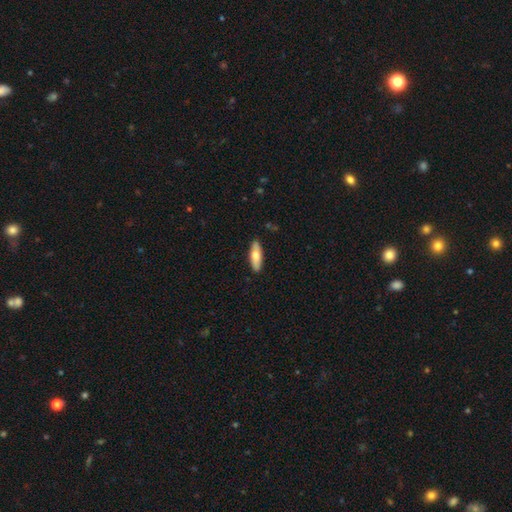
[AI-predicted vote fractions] smooth-or-featured: smooth: 67% | featured or disk: 28% | star or artifact: 5%
  how-rounded: cigar-shaped: 49% (tied) | in between: 49% (tied) | round: 2%
  merging: none: 89% | minor disturbance: 8% | major disturbance: 2% | merger: 1%